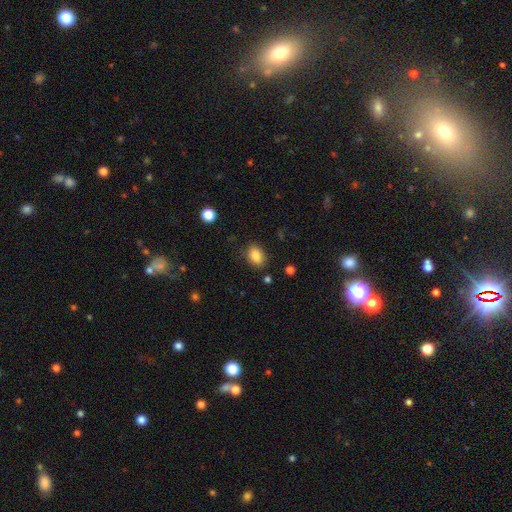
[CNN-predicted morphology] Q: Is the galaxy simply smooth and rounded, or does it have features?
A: smooth — 86%.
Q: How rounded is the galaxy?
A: in between — 82%.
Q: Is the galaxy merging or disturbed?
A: none — 83%.